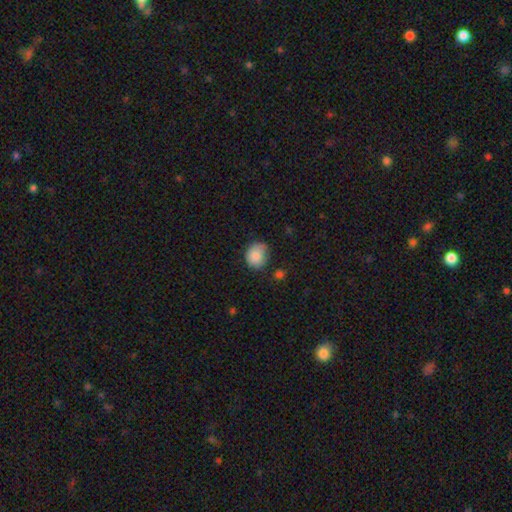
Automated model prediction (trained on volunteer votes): This is clearly a smooth galaxy (84%). How rounded: likely round (68%). Merging: likely none (62%).